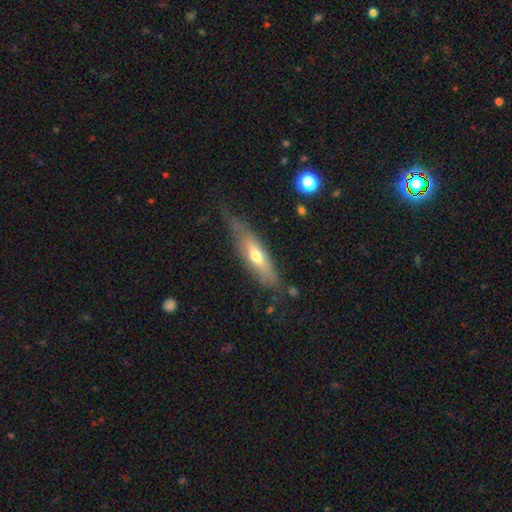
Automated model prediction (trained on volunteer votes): smooth_or_featured: smooth (p=0.49) [alt: featured or disk p=0.45]
merging: none (p=0.56) [alt: minor disturbance p=0.27]